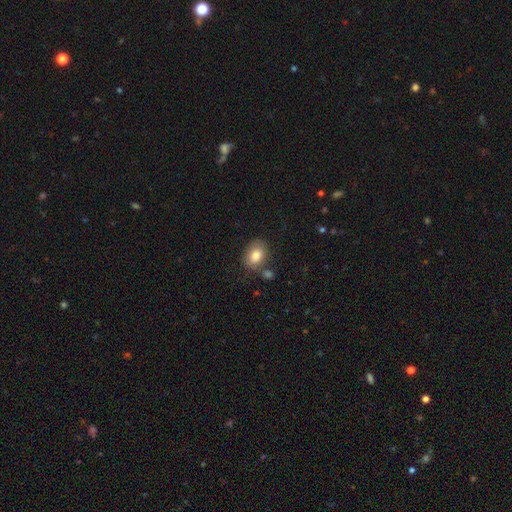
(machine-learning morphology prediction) A smooth galaxy with no disk features (82%) that is in between round and cigar-shaped (72%).

Vote fractions:
- Smooth or featured? smooth: 82% / featured or disk: 10% / star or artifact: 8%
- How rounded? in between: 72% / round: 27% / cigar-shaped: 1%
- Merging? none: 69% / minor disturbance: 16% / merger: 10% / major disturbance: 4%